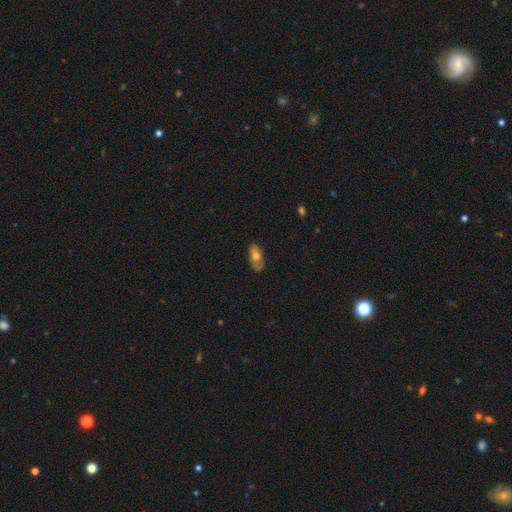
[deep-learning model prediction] This is possibly a smooth galaxy (57%). How rounded: clearly in between (87%). Merging: likely none (73%).